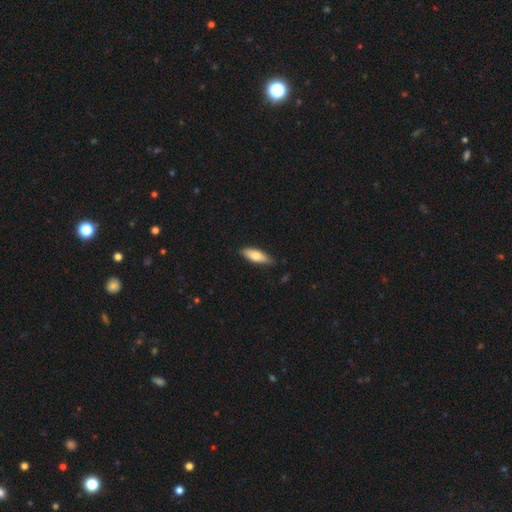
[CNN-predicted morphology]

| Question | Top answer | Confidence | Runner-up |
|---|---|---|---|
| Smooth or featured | smooth | 76% | featured or disk (18%) |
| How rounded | in between | 63% | cigar-shaped (35%) |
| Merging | none | 82% | minor disturbance (14%) |